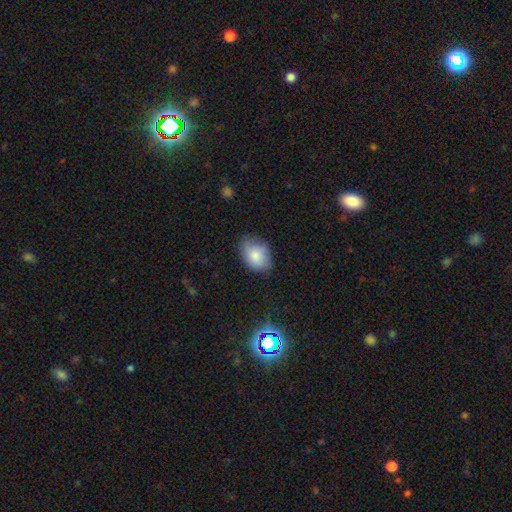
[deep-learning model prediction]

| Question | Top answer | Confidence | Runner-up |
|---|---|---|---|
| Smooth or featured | smooth | 80% | featured or disk (13%) |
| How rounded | in between | 75% | round (23%) |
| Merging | none | 69% | minor disturbance (25%) |